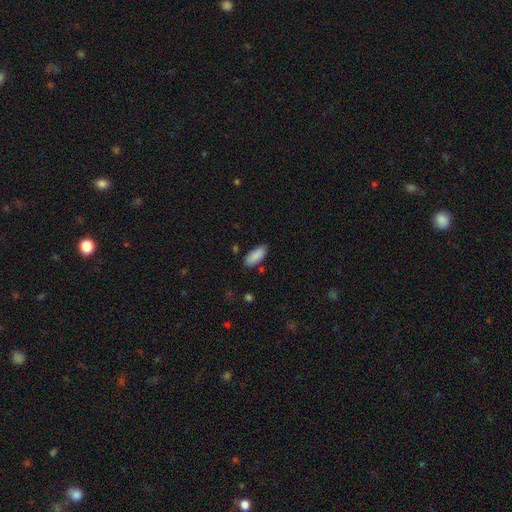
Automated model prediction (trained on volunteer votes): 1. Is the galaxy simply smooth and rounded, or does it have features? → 89% smooth, 6% star or artifact, 5% featured or disk.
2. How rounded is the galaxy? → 83% in between, 15% cigar-shaped, 2% round.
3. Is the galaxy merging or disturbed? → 83% none, 12% minor disturbance, 3% major disturbance, 2% merger.